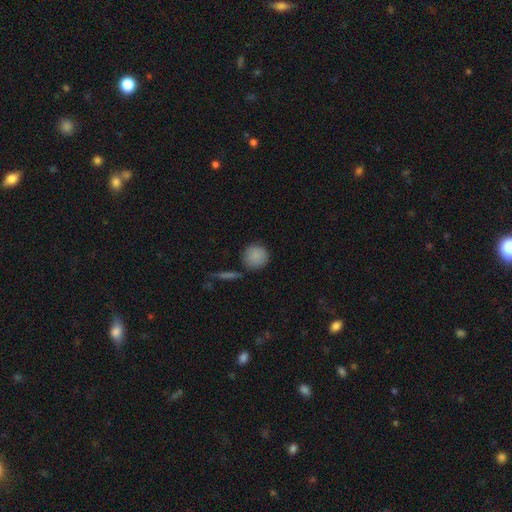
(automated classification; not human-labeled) Q: Smooth or featured?
A: smooth (86%); runner-up: star or artifact (8%)
Q: How rounded?
A: round (92%); runner-up: in between (6%)
Q: Merging?
A: none (79%); runner-up: minor disturbance (12%)